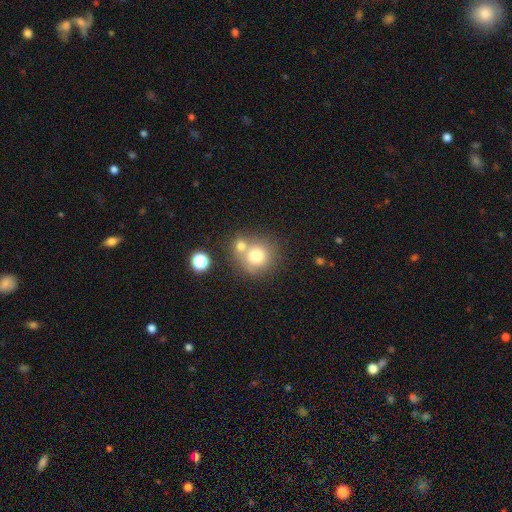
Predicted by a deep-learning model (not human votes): Overall: smooth (74%). How rounded: round (88%). Merging: none (48%; merger 40%).